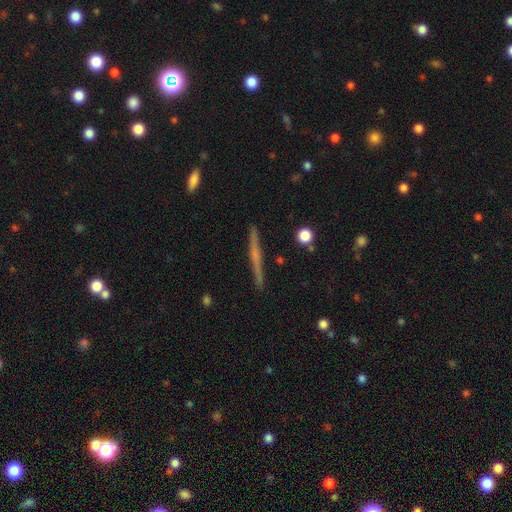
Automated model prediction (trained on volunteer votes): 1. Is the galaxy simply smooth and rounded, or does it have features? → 62% featured or disk, 31% smooth, 7% star or artifact.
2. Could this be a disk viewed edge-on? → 98% yes, 2% no.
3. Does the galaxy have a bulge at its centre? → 54% none, 37% rounded, 9% boxy.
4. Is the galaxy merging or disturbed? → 91% none, 7% minor disturbance, 1% major disturbance, 1% merger.